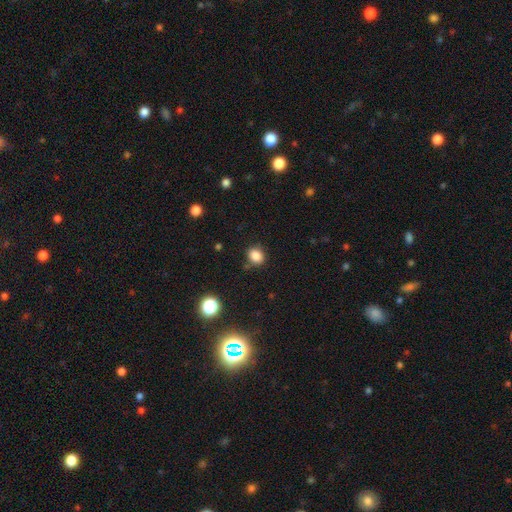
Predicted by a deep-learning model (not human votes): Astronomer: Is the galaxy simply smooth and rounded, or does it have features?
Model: smooth — 84%.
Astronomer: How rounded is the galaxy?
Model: round — 67%.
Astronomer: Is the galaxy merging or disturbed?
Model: none — 81%.